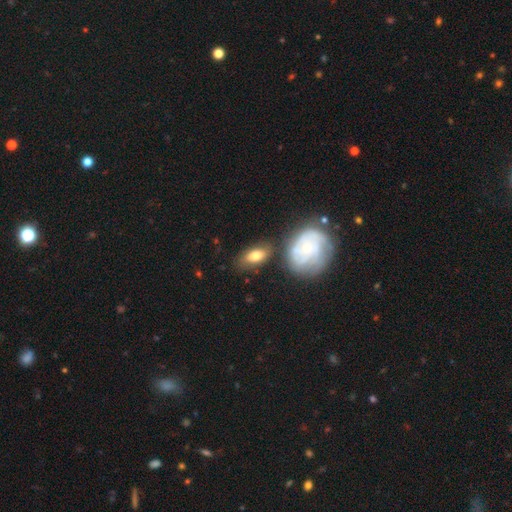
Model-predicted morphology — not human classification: Smooth or featured? smooth (65%)
How rounded? in between (87%)
Merging? none (69%)